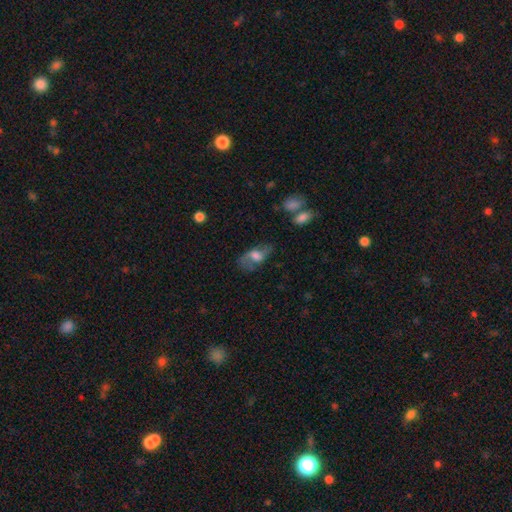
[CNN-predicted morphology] A featured or disk galaxy (49%).

Vote fractions:
- Smooth or featured? featured or disk: 49% / smooth: 42% / star or artifact: 9%
- Merging? none: 57% / minor disturbance: 24% / major disturbance: 16% / merger: 3%